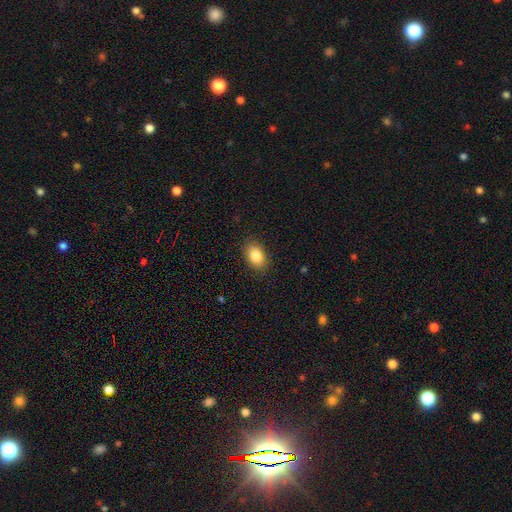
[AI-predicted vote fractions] A smooth galaxy with no disk features (85%) that is in between round and cigar-shaped (82%).

Vote fractions:
- Smooth or featured? smooth: 85% / star or artifact: 8% / featured or disk: 7%
- How rounded? in between: 82% / round: 16% / cigar-shaped: 1%
- Merging? none: 87% / minor disturbance: 9% / major disturbance: 2% / merger: 1%